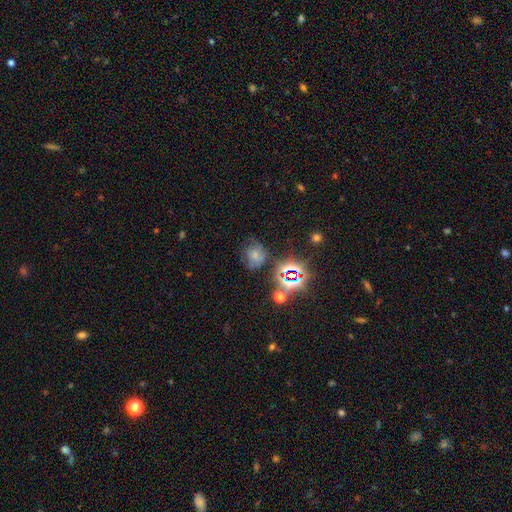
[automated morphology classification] Smooth or featured? smooth (47%)
Merging? none (54%)